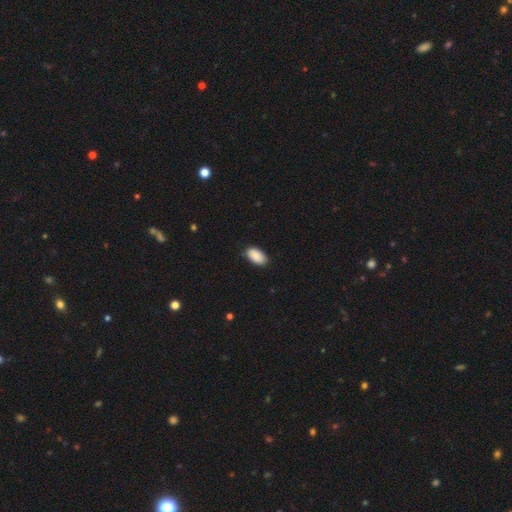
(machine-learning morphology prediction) This appears to be a smooth galaxy with no disk features (90%) that is in between round and cigar-shaped (95%). Merging: none (82%).